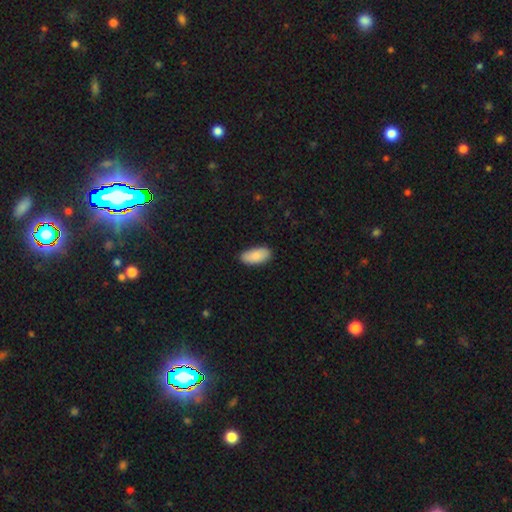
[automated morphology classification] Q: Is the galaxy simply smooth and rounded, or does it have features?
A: smooth — 87%.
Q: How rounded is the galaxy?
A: in between — 93%.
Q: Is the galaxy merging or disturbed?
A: none — 84%.